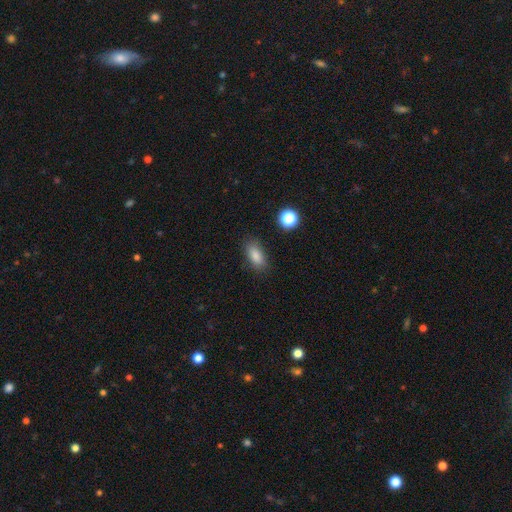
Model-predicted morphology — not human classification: This appears to be a smooth galaxy with no disk features (84%) that is in between round and cigar-shaped (84%). Merging: none (84%).